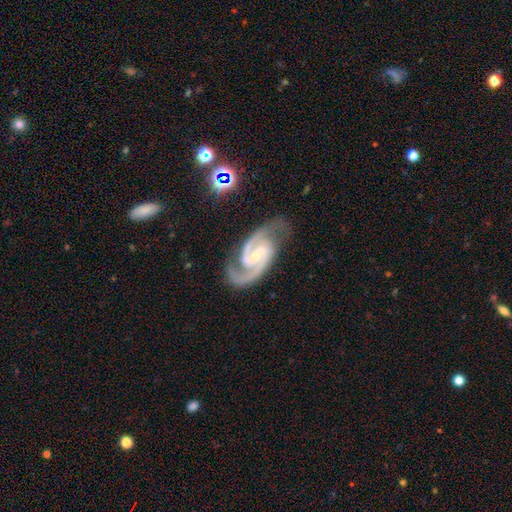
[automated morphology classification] Overall: featured or disk (94%). Edge-on disk: no (98%). Bar: weak (47%; no 29%). Spiral arms: yes (99%). Spiral arm count: 2 (92%). Spiral winding: medium (60%; tight 33%). Bulge size: small (64%; moderate 31%). Merging: none (78%).